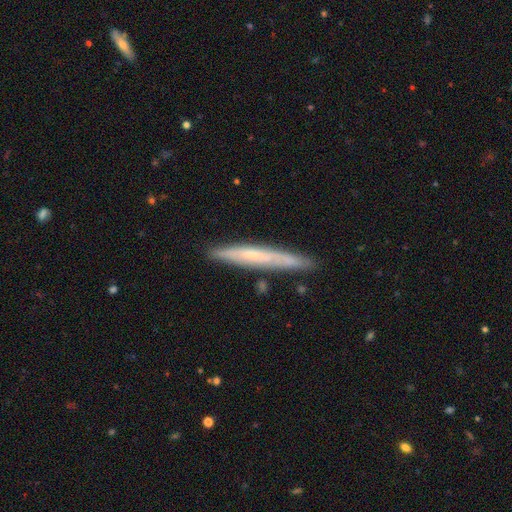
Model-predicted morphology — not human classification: Overall: featured or disk (50%; smooth 43%). Edge-on disk: yes (90%). Merging: none (83%).